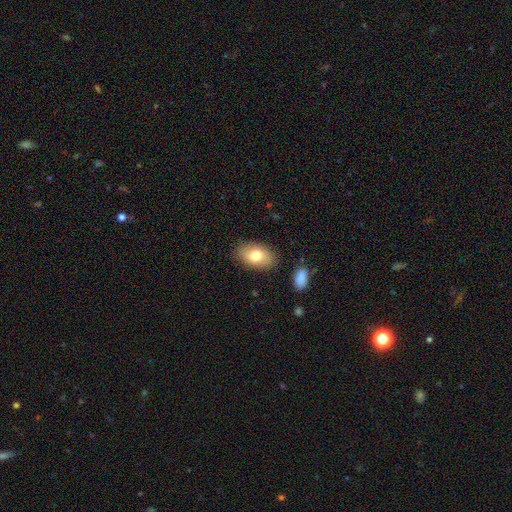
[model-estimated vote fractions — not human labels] Smooth or featured: smooth — 77% (featured or disk — 16%)
How rounded: in between — 91% (round — 8%)
Merging: none — 83% (minor disturbance — 12%)